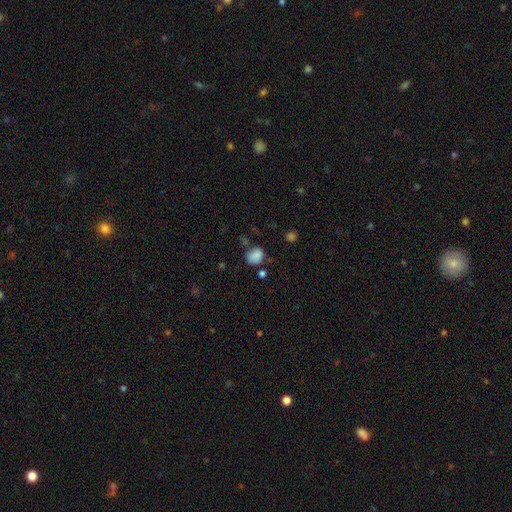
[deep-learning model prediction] Morphology: type=smooth (82%); roundness=in between (51%); merging=none (55%).